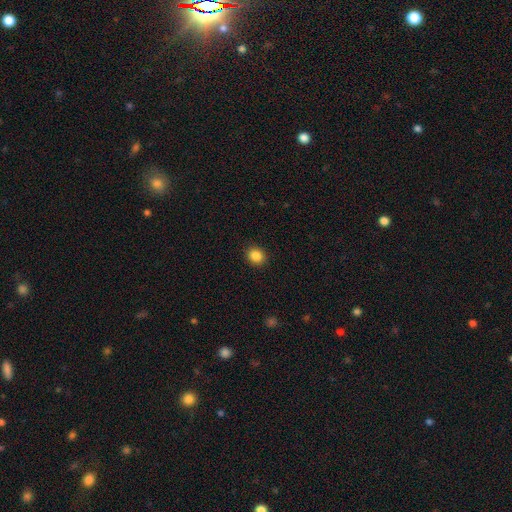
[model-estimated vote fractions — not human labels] Overall: smooth (86%). How rounded: round (74%). Merging: none (91%).